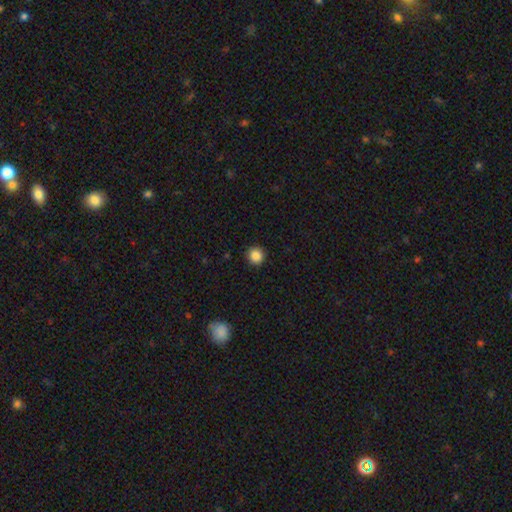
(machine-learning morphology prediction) Smooth or featured? smooth (87%)
How rounded? round (94%)
Merging? none (92%)